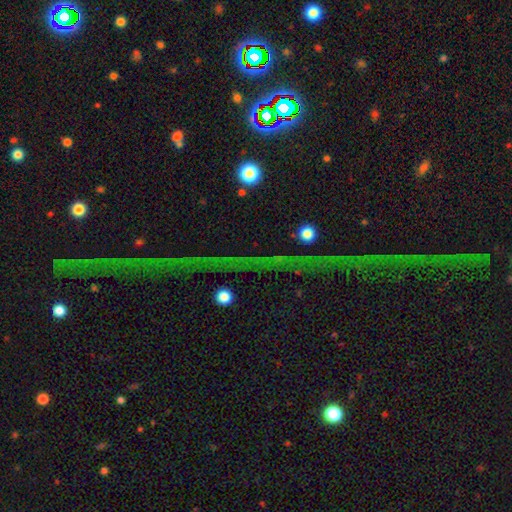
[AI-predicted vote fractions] smooth_or_featured: star or artifact (p=0.67) [alt: smooth p=0.17]